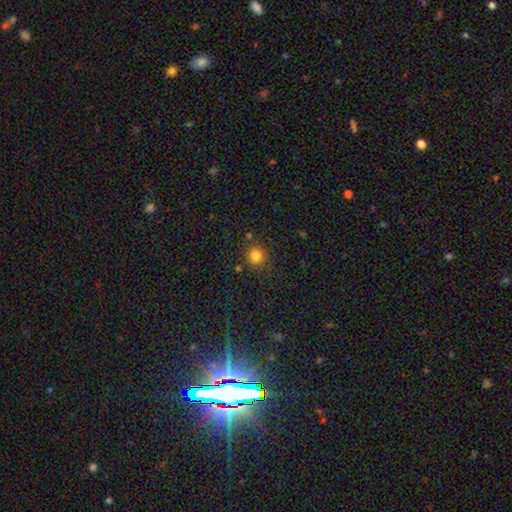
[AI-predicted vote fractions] Smooth or featured?
  - smooth: 80% *
  - star or artifact: 14%
  - featured or disk: 6%
How rounded?
  - round: 89% *
  - in between: 10%
  - cigar-shaped: 1%
Merging?
  - none: 84% *
  - minor disturbance: 10%
  - major disturbance: 4%
  - merger: 3%